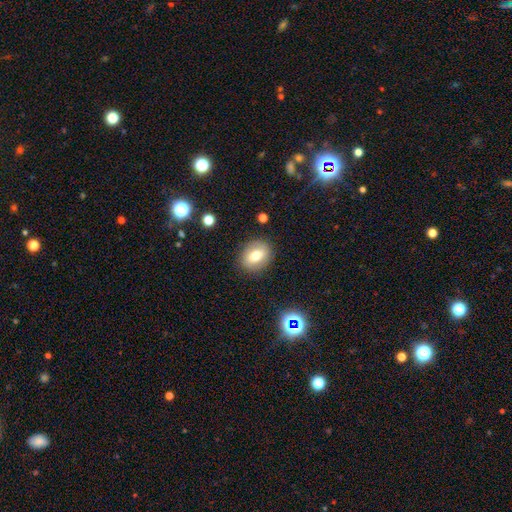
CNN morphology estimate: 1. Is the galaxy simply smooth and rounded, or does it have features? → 68% smooth, 22% featured or disk, 10% star or artifact.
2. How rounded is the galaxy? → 49% round (tied), 49% in between (tied), 1% cigar-shaped.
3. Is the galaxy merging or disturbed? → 85% none, 10% minor disturbance, 3% major disturbance, 1% merger.